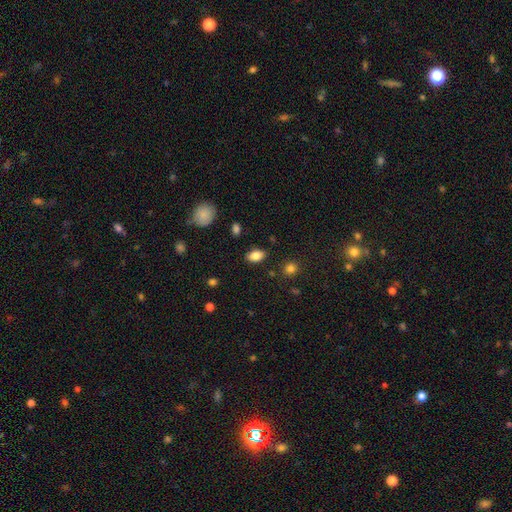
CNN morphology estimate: Smooth or featured: smooth — 82% (featured or disk — 9%)
How rounded: in between — 88% (round — 10%)
Merging: none — 85% (minor disturbance — 11%)